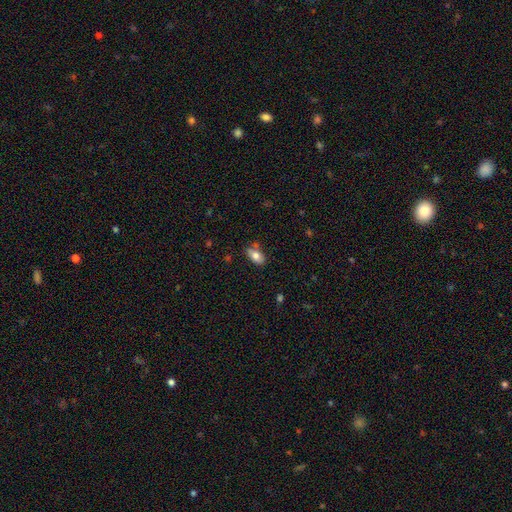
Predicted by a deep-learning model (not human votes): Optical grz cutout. It shows a smooth galaxy with no disk features (78%) that is in between round and cigar-shaped (91%). Merging: none (71%).